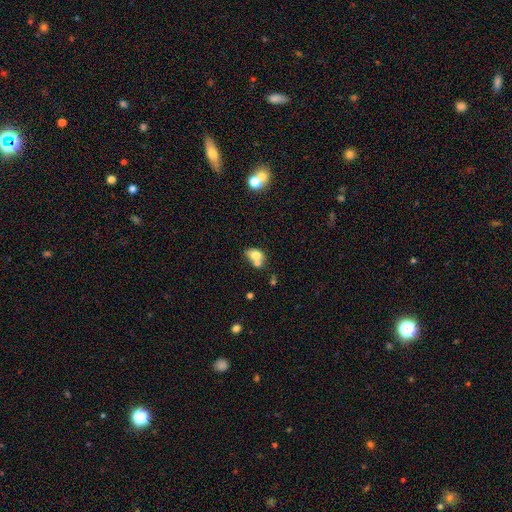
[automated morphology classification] Smooth or featured? smooth (72%)
How rounded? in between (74%)
Merging? merger (52%)